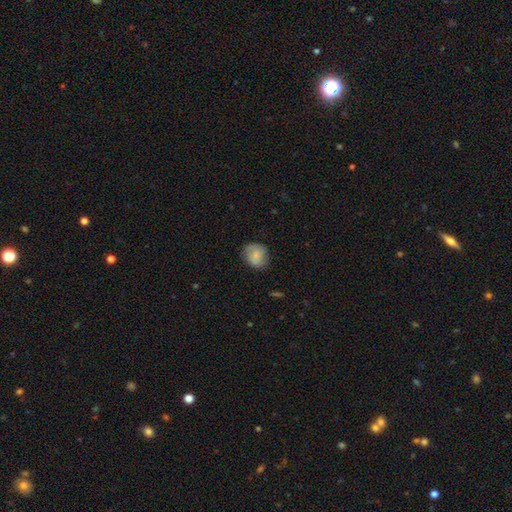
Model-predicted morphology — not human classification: The model was most divided on "smooth or featured": smooth: 68%, featured or disk: 25%, star or artifact: 8%. More confident: how rounded — round (73%); merging — none (72%).